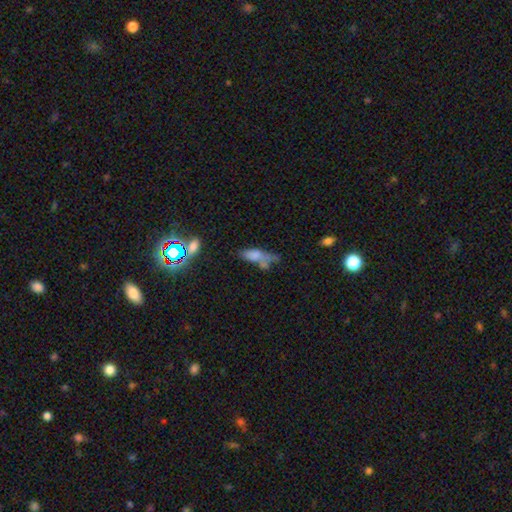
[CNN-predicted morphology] The model was most divided on "merging": none: 31%, merger: 30%, minor disturbance: 21%, major disturbance: 17%. More confident: smooth or featured — smooth (66%); how rounded — in between (61%).